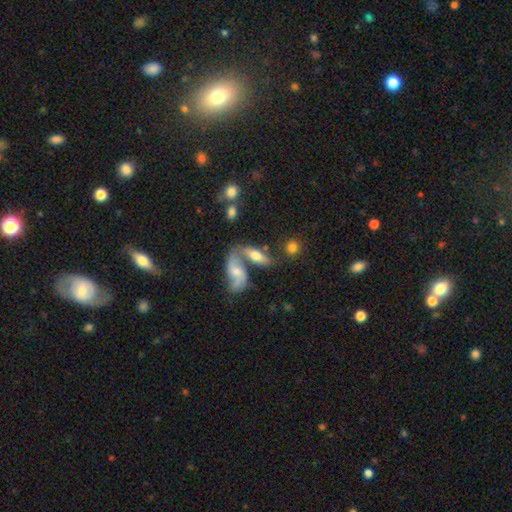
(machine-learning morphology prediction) smooth-or-featured: smooth: 58% | featured or disk: 34% | star or artifact: 8%
  how-rounded: in between: 71% | cigar-shaped: 25% | round: 5%
  merging: merger: 48% | none: 35% | minor disturbance: 11% | major disturbance: 6%